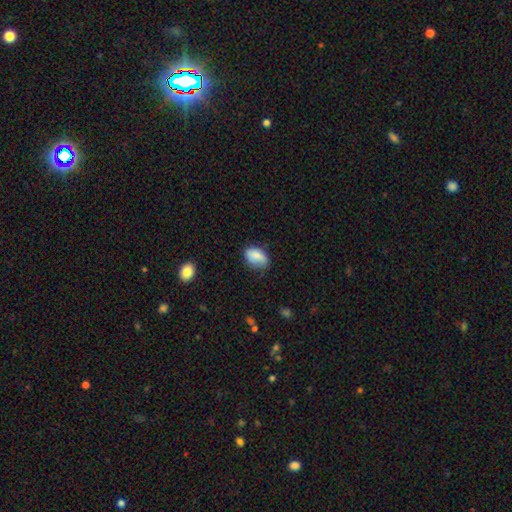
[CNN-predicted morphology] type=smooth (81%); roundness=in between (86%); merging=none (59%).